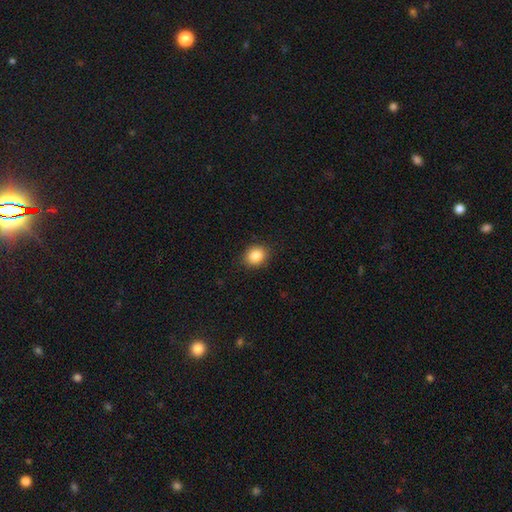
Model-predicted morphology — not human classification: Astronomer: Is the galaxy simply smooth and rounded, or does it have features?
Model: smooth — 86%.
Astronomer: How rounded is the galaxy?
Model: round — 59% (runner-up: in between, 40%).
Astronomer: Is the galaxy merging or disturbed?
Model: none — 87%.